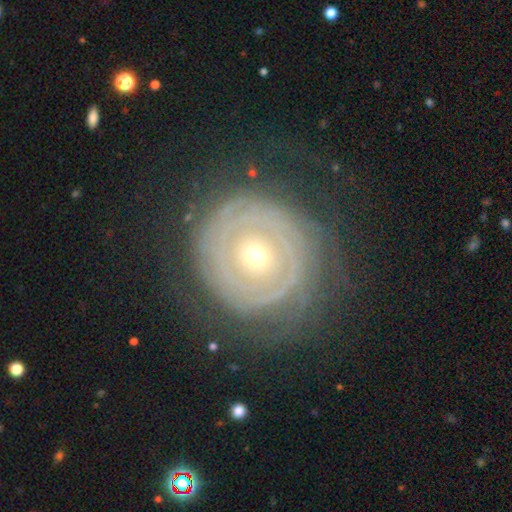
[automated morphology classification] Smooth or featured: featured or disk — 78% (smooth — 15%)
Edge-on disk: no — 96% (yes — 4%)
Bar: no — 84% (weak — 11%)
Spiral arms: yes — 73% (no — 27%)
Spiral winding: tight — 85% (medium — 10%)
Spiral arm count: can't tell — 43% (2 — 24%)
Bulge size: small — 64% (moderate — 32%)
Merging: none — 76% (minor disturbance — 14%)